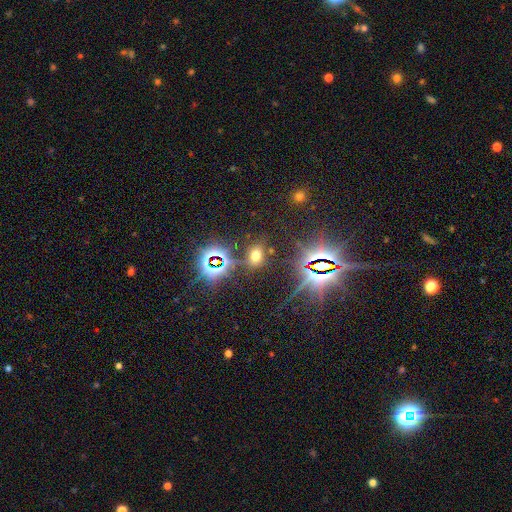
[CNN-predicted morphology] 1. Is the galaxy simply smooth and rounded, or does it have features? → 47% smooth, 44% star or artifact, 9% featured or disk.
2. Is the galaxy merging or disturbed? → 76% none, 11% minor disturbance, 6% merger, 6% major disturbance.